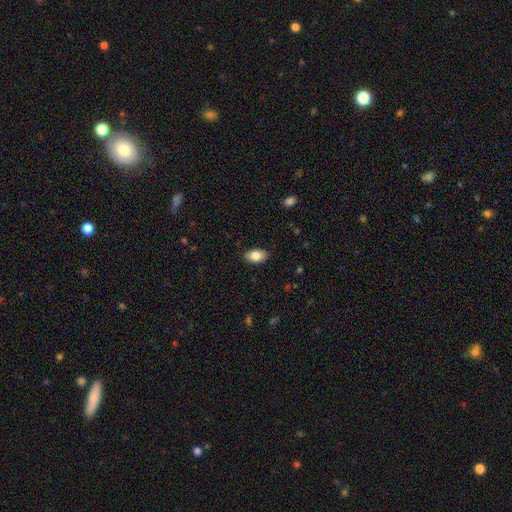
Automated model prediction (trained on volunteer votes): Smooth or featured?
  - smooth: 82% *
  - featured or disk: 11%
  - star or artifact: 7%
How rounded?
  - in between: 92% *
  - round: 5%
  - cigar-shaped: 3%
Merging?
  - none: 88% *
  - minor disturbance: 9%
  - major disturbance: 2%
  - merger: 1%